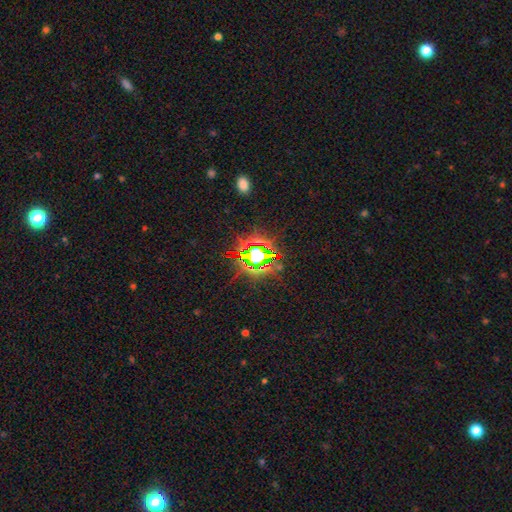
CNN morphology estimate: smooth-or-featured: star or artifact: 77% | smooth: 12% | featured or disk: 11%